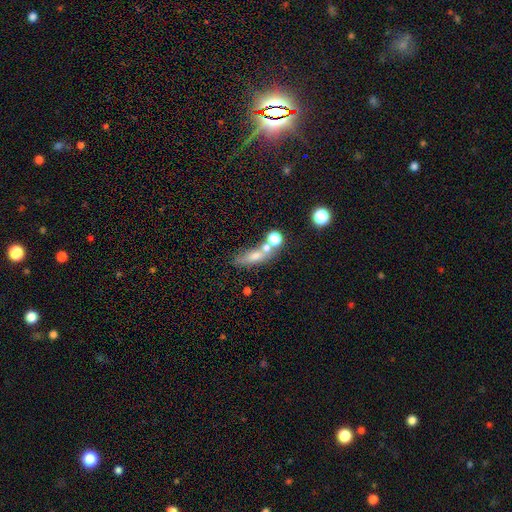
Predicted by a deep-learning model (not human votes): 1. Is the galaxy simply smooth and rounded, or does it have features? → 61% smooth, 24% featured or disk, 15% star or artifact.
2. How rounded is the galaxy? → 46% in between, 38% cigar-shaped, 15% round.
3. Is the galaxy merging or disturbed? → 51% none, 25% merger, 15% minor disturbance, 8% major disturbance.